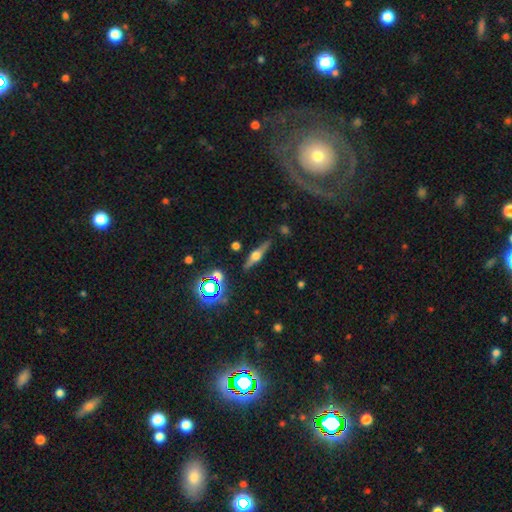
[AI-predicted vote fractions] smooth_or_featured: featured or disk (p=0.71) [alt: smooth p=0.19]
disk_edge_on: yes (p=0.96) [alt: no p=0.04]
edge_on_bulge: rounded (p=0.93) [alt: boxy p=0.05]
merging: none (p=0.85) [alt: minor disturbance p=0.10]